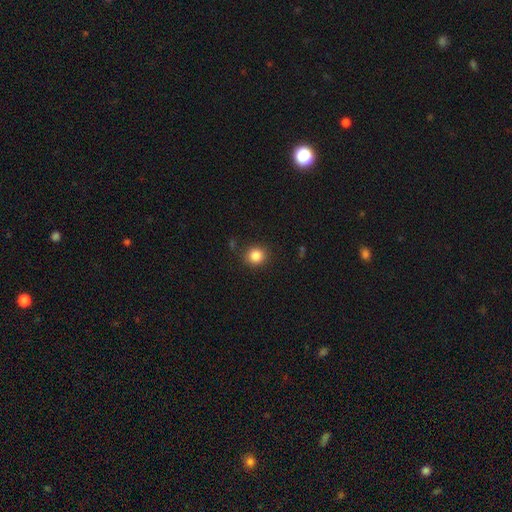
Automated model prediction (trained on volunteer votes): This is clearly a smooth galaxy (85%). How rounded: clearly round (87%). Merging: clearly none (86%).